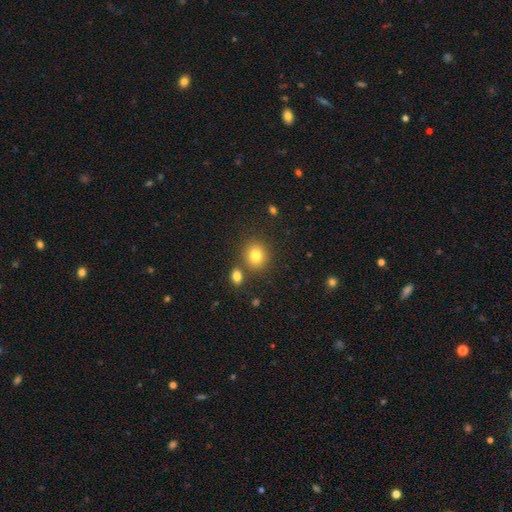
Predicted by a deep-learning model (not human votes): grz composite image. It shows a smooth galaxy with no disk features (81%) that is round (79%). Merging: none (77%).